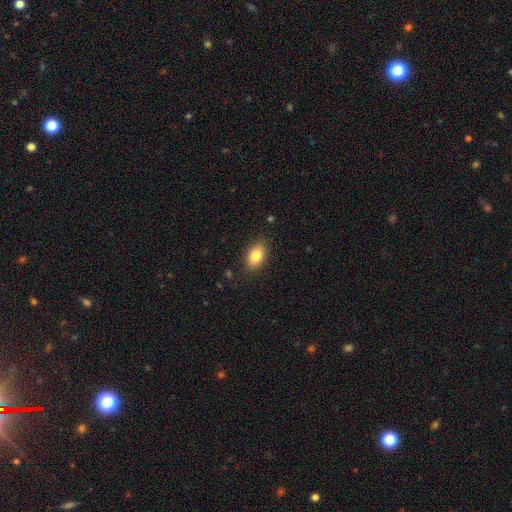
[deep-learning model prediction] smooth_or_featured: smooth (p=0.83) [alt: featured or disk p=0.09]
how_rounded: in between (p=0.88) [alt: round p=0.10]
merging: none (p=0.86) [alt: minor disturbance p=0.10]